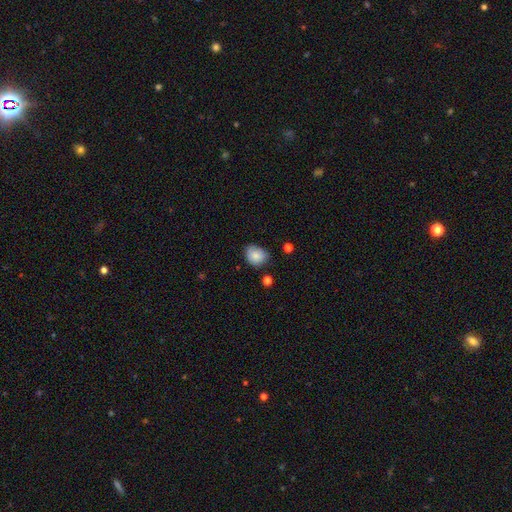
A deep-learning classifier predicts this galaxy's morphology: The model was most divided on "how rounded": round: 56%, in between: 43%, cigar-shaped: 1%. More confident: smooth or featured — smooth (83%); merging — none (69%).